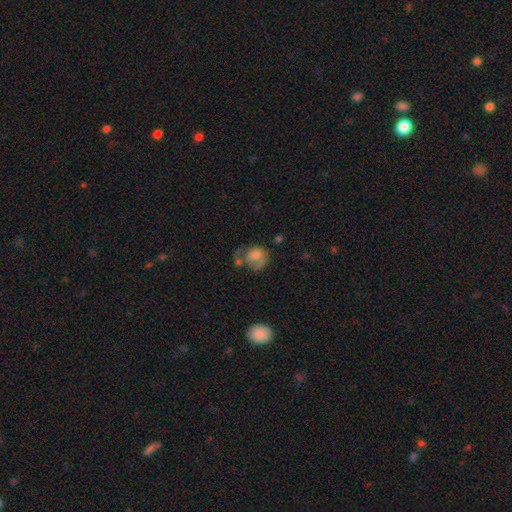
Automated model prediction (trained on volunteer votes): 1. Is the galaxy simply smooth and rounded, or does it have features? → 52% smooth, 39% featured or disk, 9% star or artifact.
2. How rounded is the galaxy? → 64% round, 35% in between, 1% cigar-shaped.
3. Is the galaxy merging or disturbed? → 33% none, 30% major disturbance, 21% minor disturbance, 16% merger.